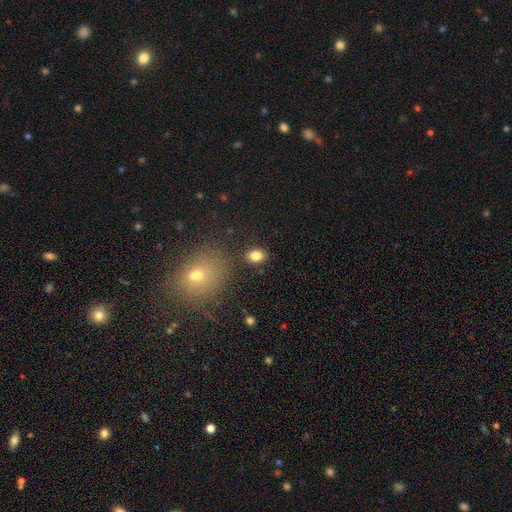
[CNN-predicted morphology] Q: Smooth or featured?
A: smooth (83%); runner-up: star or artifact (10%)
Q: How rounded?
A: in between (70%); runner-up: round (28%)
Q: Merging?
A: none (84%); runner-up: minor disturbance (9%)